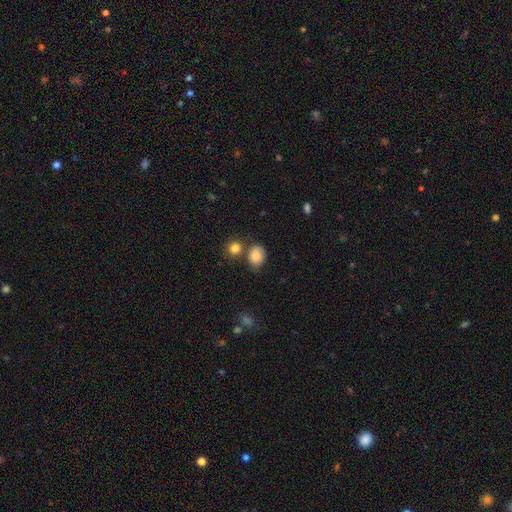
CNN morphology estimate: This is clearly a smooth galaxy (84%). How rounded: possibly in between (54%). Merging: likely none (61%).